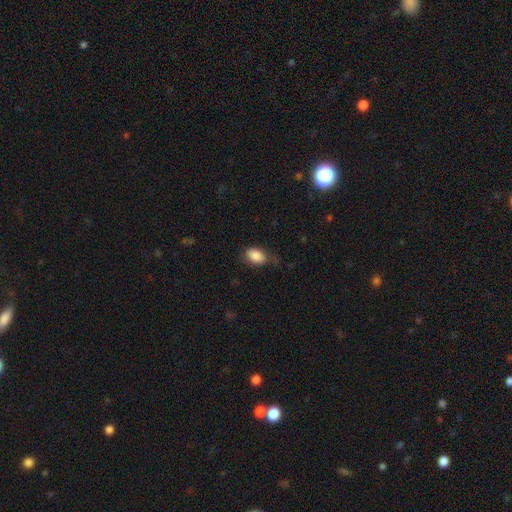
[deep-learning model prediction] smooth 85%, featured or disk 7%, star or artifact 7%. Down the decision tree: how rounded — in between (89%); merging — none (63%).